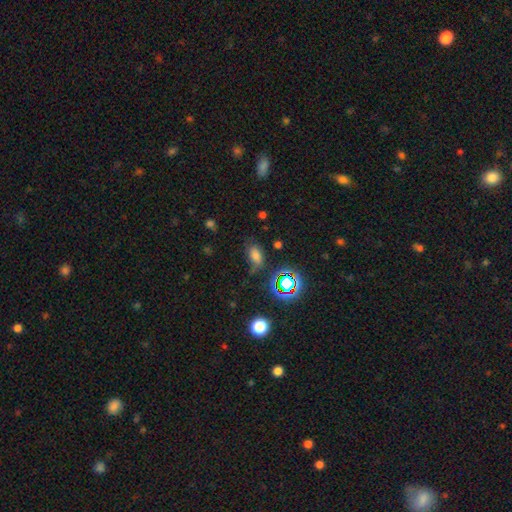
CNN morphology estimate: This is likely a smooth galaxy (63%). How rounded: clearly in between (86%). Merging: likely none (60%).